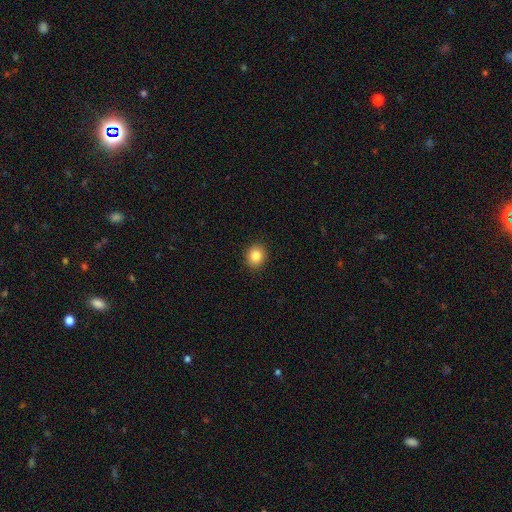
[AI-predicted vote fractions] smooth-or-featured: smooth: 84% | star or artifact: 10% | featured or disk: 6%
  how-rounded: round: 77% | in between: 22% | cigar-shaped: 1%
  merging: none: 91% | minor disturbance: 6% | major disturbance: 2% | merger: 1%